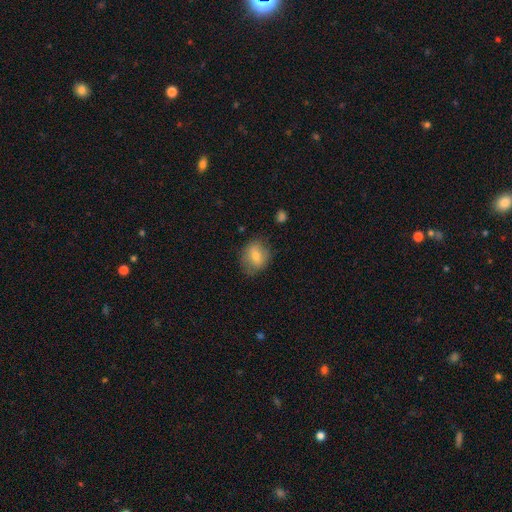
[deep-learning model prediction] A smooth galaxy with no disk features (71%) that is round (55%).

Vote fractions:
- Smooth or featured? smooth: 71% / featured or disk: 21% / star or artifact: 8%
- How rounded? round: 55% / in between: 43% / cigar-shaped: 1%
- Merging? none: 76% / minor disturbance: 18% / major disturbance: 5% / merger: 1%